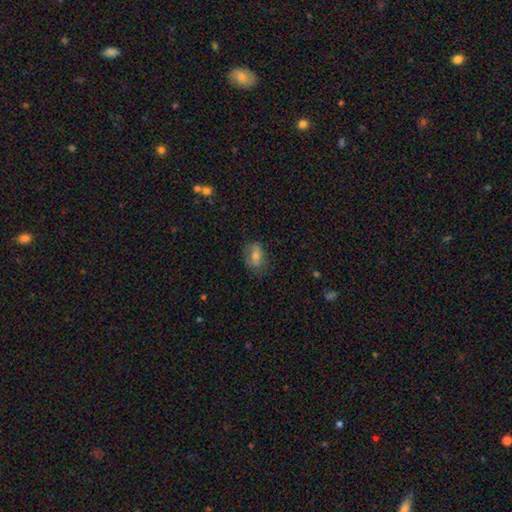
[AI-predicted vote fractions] A smooth galaxy with no disk features (62%) that is in between round and cigar-shaped (80%). Merging: none (74%).